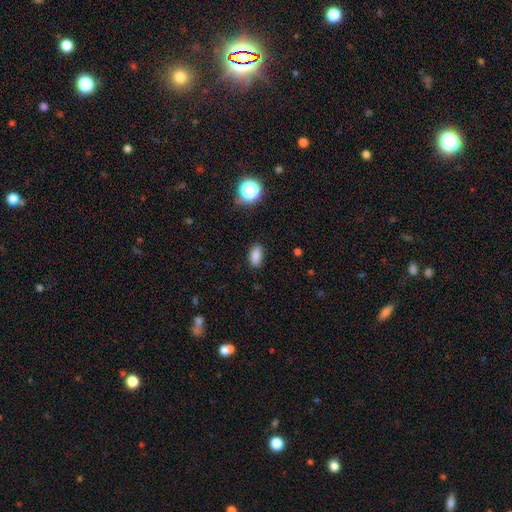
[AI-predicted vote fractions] smooth_or_featured: smooth (p=0.84) [alt: star or artifact p=0.11]
how_rounded: in between (p=0.89) [alt: round p=0.07]
merging: none (p=0.84) [alt: minor disturbance p=0.12]